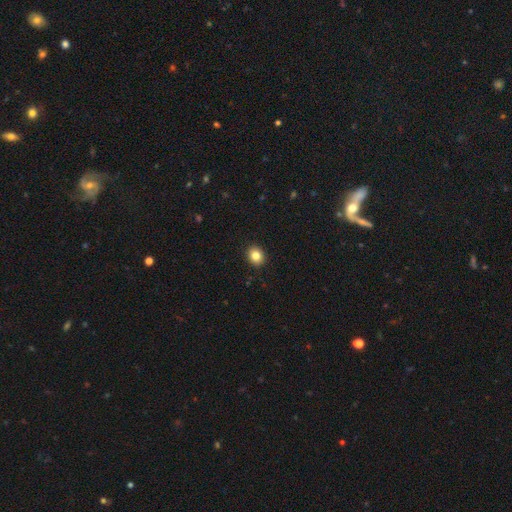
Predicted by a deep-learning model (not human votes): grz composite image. It shows a smooth galaxy with no disk features (84%) that is round (65%). Merging: none (92%).